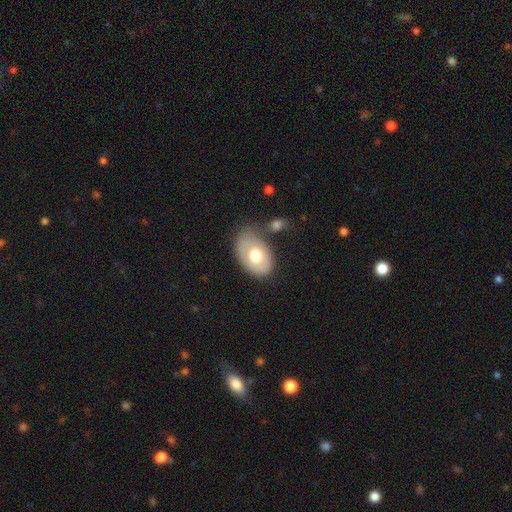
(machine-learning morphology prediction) Smooth or featured: smooth — 63% (featured or disk — 31%)
How rounded: in between — 83% (round — 16%)
Merging: none — 50% (minor disturbance — 23%)